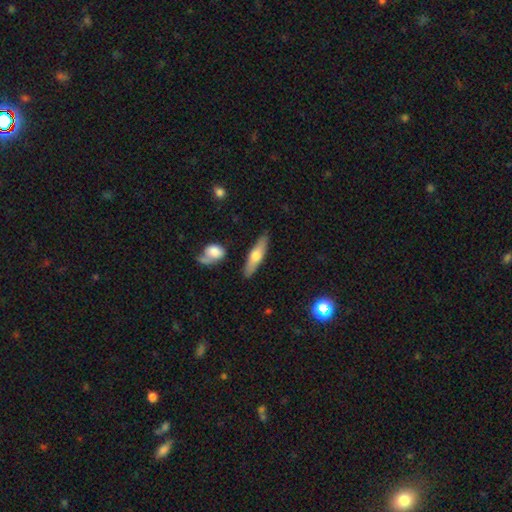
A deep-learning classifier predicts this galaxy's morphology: This appears to be a smooth galaxy with no disk features (53%) that is cigar-shaped (66%). Merging: none (83%).